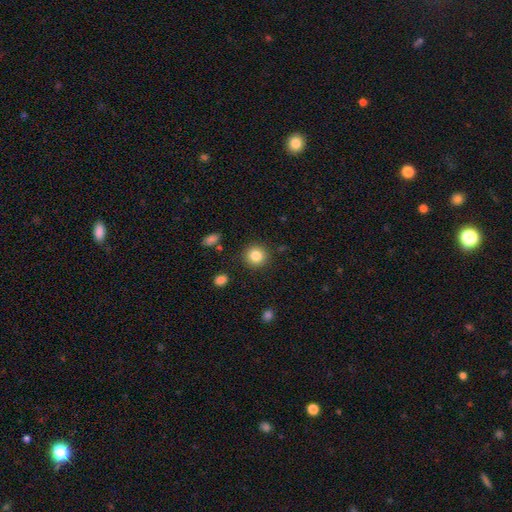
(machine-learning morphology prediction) Smooth or featured: smooth — 84% (star or artifact — 10%)
How rounded: round — 91% (in between — 8%)
Merging: none — 89% (minor disturbance — 7%)